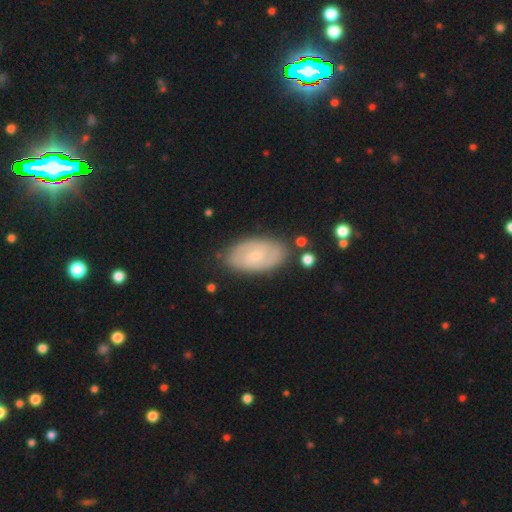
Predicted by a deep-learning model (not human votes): Smooth or featured?
  - featured or disk: 71% *
  - smooth: 23%
  - star or artifact: 6%
Edge-on disk?
  - no: 95% *
  - yes: 5%
Bar?
  - no: 49% *
  - weak: 44%
  - strong: 8%
Spiral arms?
  - yes: 89% *
  - no: 11%
Spiral winding?
  - tight: 54% *
  - medium: 35%
  - loose: 12%
Spiral arm count?
  - 2: 69% *
  - can't tell: 20%
  - 3: 5%
  - 1: 2%
  - 4: 2%
  - more than 4: 2%
Bulge size?
  - small: 70% *
  - moderate: 24%
  - none: 4%
  - large: 1%
  - dominant: 1%
Merging?
  - none: 81% *
  - minor disturbance: 13%
  - major disturbance: 3%
  - merger: 2%